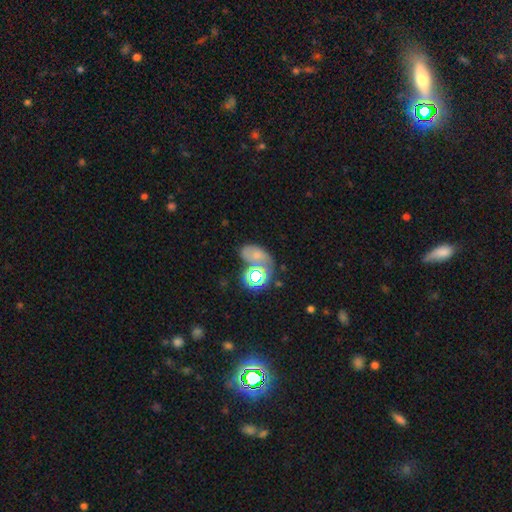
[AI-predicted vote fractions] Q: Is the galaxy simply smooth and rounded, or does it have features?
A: smooth — 47%.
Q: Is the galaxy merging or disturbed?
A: none — 36%.